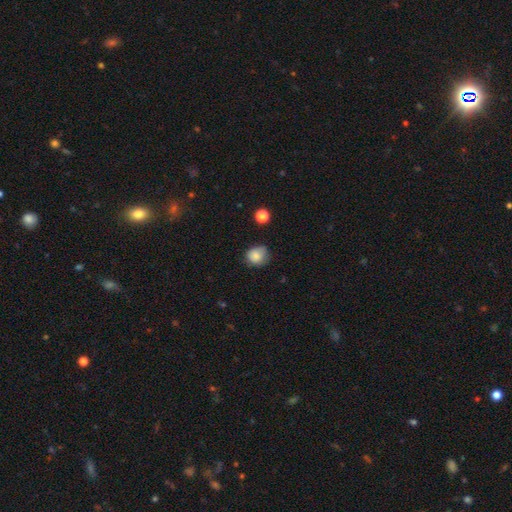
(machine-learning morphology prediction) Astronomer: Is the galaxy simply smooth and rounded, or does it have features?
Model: smooth — 82%.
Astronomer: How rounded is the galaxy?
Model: round — 73%.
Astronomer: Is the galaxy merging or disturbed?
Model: none — 59%.